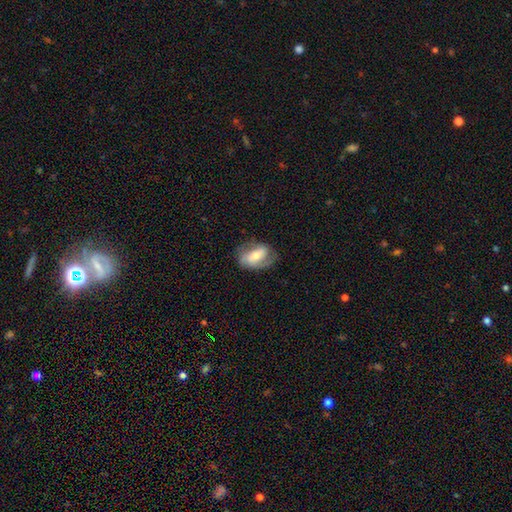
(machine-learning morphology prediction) Smooth or featured: featured or disk — 56% (smooth — 38%)
Edge-on disk: no — 94% (yes — 6%)
Bar: no — 37% (weak — 34%)
Spiral arms: yes — 73% (no — 27%)
Bulge size: moderate — 56% (small — 33%)
Merging: none — 64% (minor disturbance — 23%)